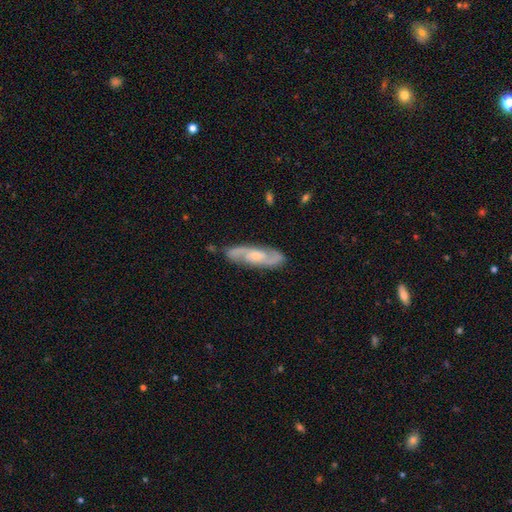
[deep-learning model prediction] Smooth or featured?
  - featured or disk: 82% *
  - smooth: 13%
  - star or artifact: 5%
Edge-on disk?
  - no: 87% *
  - yes: 13%
Bar?
  - no: 53% *
  - weak: 38%
  - strong: 9%
Spiral arms?
  - yes: 96% *
  - no: 4%
Spiral winding?
  - medium: 53% *
  - tight: 26%
  - loose: 21%
Spiral arm count?
  - 2: 90% *
  - can't tell: 5%
  - 3: 2%
  - 1: 1%
  - 4: 1%
  - more than 4: 1%
Bulge size?
  - small: 45% *
  - moderate: 41%
  - none: 8%
  - large: 4%
  - dominant: 1%
Merging?
  - none: 84% *
  - minor disturbance: 12%
  - major disturbance: 3%
  - merger: 2%